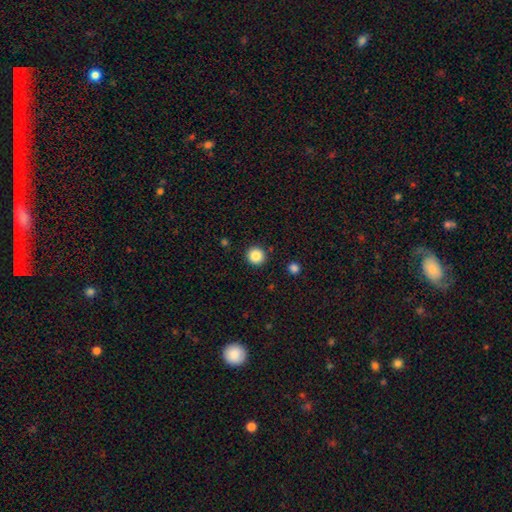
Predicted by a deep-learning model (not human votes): Q: Smooth or featured?
A: smooth (86%); runner-up: star or artifact (10%)
Q: How rounded?
A: round (95%); runner-up: in between (4%)
Q: Merging?
A: none (92%); runner-up: minor disturbance (5%)